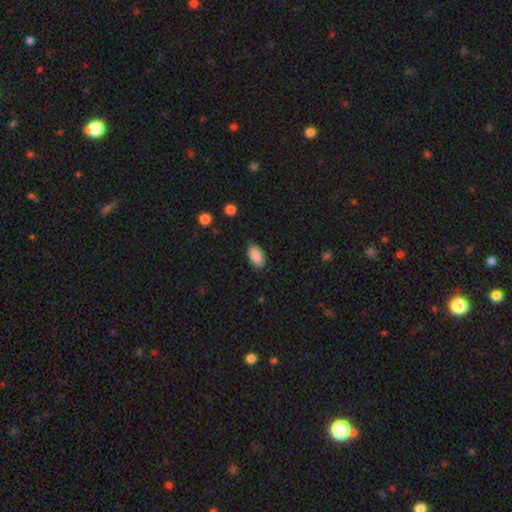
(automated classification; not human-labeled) Overall: smooth (89%). How rounded: in between (93%). Merging: none (81%).